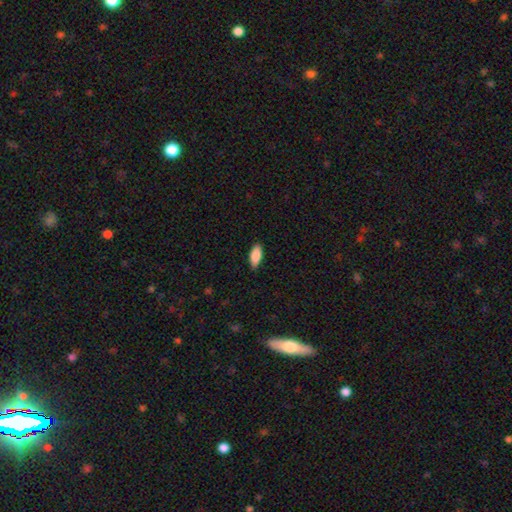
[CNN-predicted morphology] Smooth or featured? smooth (87%)
How rounded? in between (84%)
Merging? none (83%)